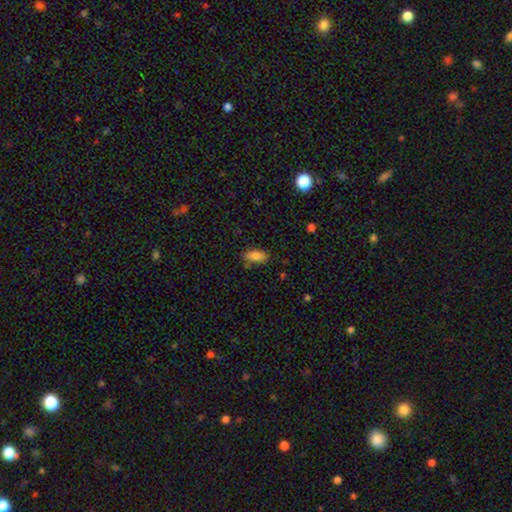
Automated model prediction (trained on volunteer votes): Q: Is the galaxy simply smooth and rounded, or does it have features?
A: smooth — 86%.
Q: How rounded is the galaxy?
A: in between — 88%.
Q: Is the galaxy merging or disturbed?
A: none — 80%.